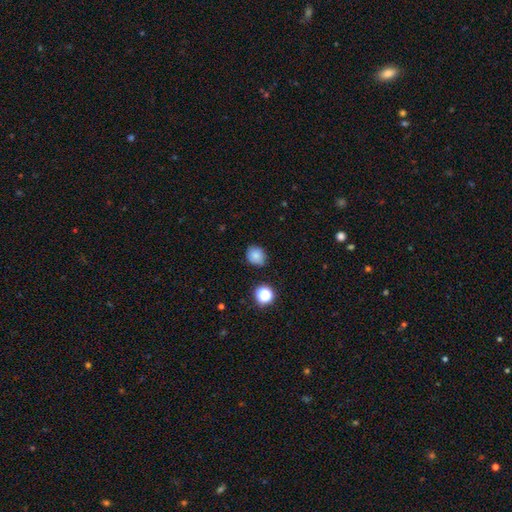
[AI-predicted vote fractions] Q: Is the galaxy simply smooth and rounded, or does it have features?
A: smooth — 80%.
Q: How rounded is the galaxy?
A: round — 67%.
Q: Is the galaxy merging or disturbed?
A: none — 79%.